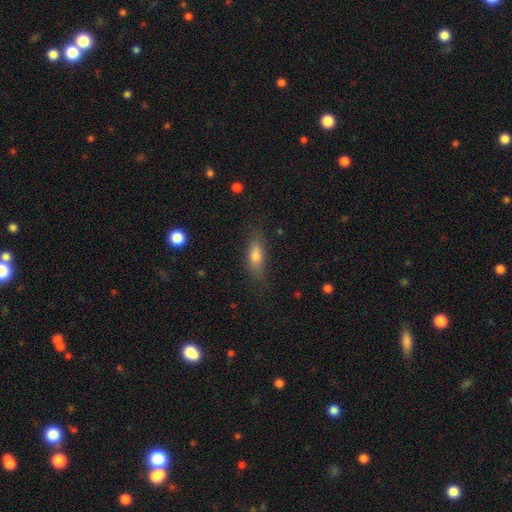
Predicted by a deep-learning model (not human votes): The model was most divided on "how rounded": in between: 68%, cigar-shaped: 27%, round: 4%. More confident: merging — none (75%); smooth or featured — smooth (75%).